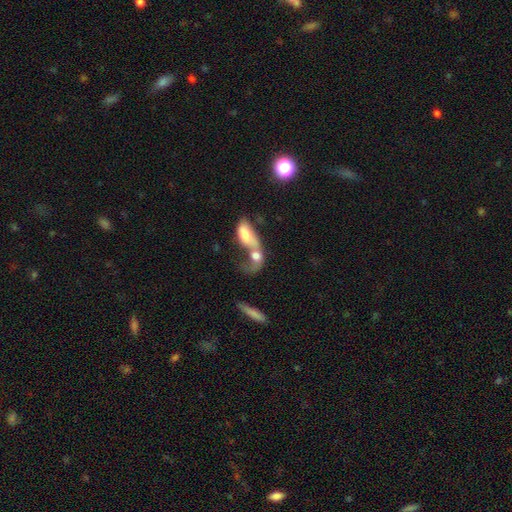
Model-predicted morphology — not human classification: smooth 60%, featured or disk 32%, star or artifact 8%. Down the decision tree: how rounded — in between (75%); merging — merger (76%).